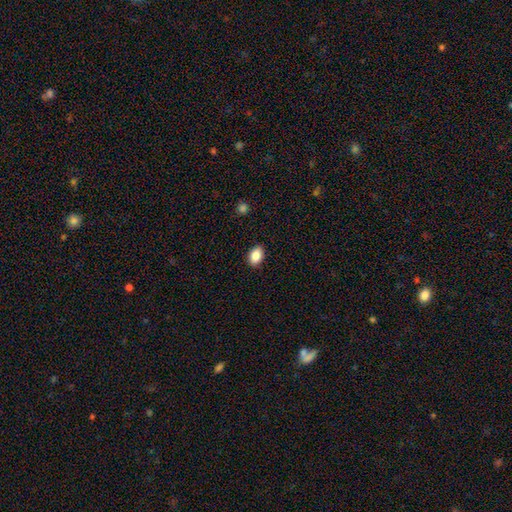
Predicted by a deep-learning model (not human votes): The model was most divided on "how rounded": in between: 84%, round: 15%, cigar-shaped: 1%. More confident: merging — none (88%); smooth or featured — smooth (87%).